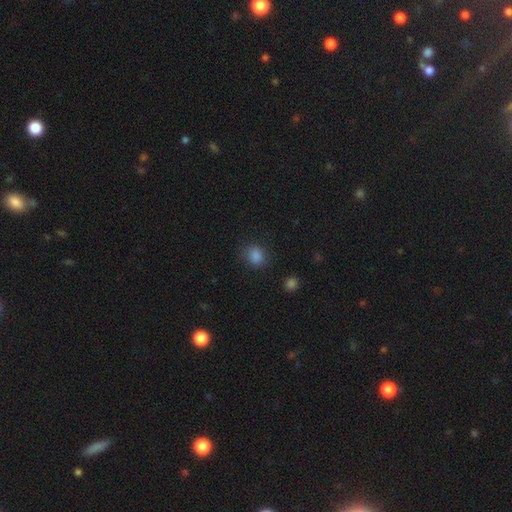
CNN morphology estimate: This appears to be a smooth galaxy with no disk features (83%) that is round (66%). Merging: none (82%).